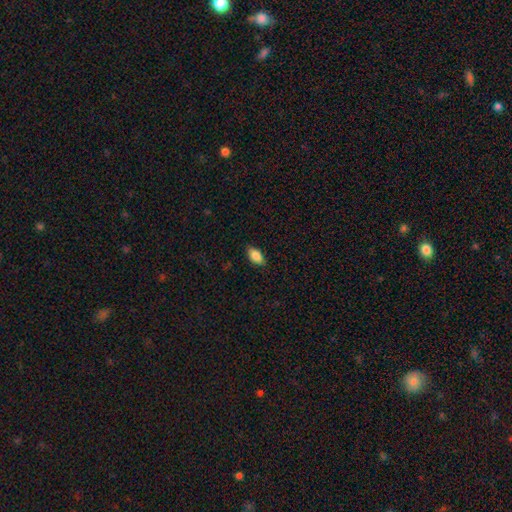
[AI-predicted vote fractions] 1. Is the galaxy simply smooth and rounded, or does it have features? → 85% smooth, 8% featured or disk, 7% star or artifact.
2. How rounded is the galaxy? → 91% in between, 5% cigar-shaped, 4% round.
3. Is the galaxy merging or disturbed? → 84% none, 12% minor disturbance, 2% major disturbance, 1% merger.